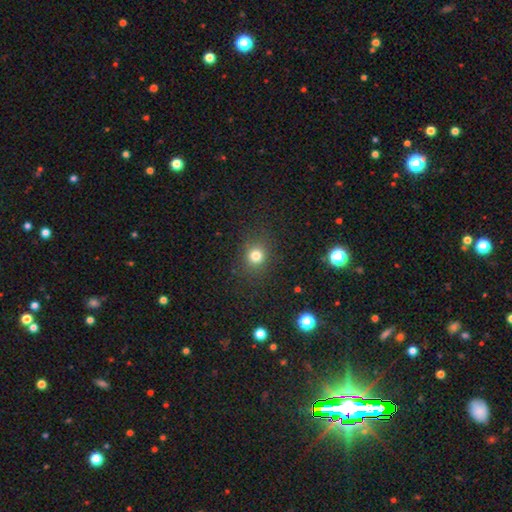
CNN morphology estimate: type=smooth (78%); roundness=round (81%); merging=none (85%).